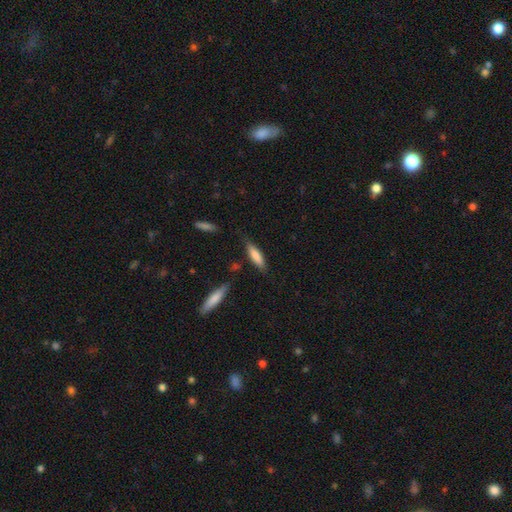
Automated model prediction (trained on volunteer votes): Q: Smooth or featured?
A: smooth (79%); runner-up: featured or disk (15%)
Q: How rounded?
A: cigar-shaped (68%); runner-up: in between (30%)
Q: Merging?
A: none (77%); runner-up: minor disturbance (15%)